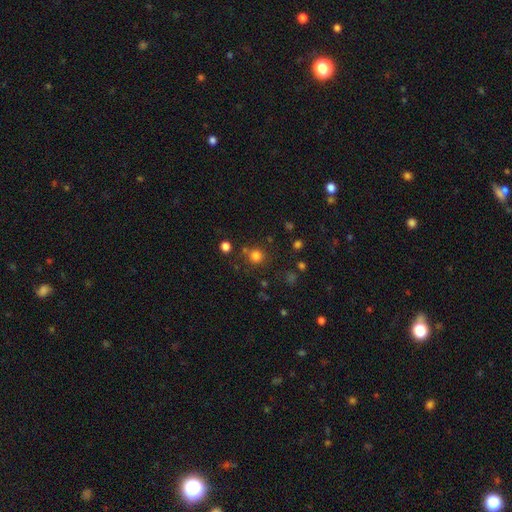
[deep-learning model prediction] Smooth or featured? Predicted: smooth (p=0.78). How rounded? Predicted: round (p=0.92). Merging? Predicted: none (p=0.77).